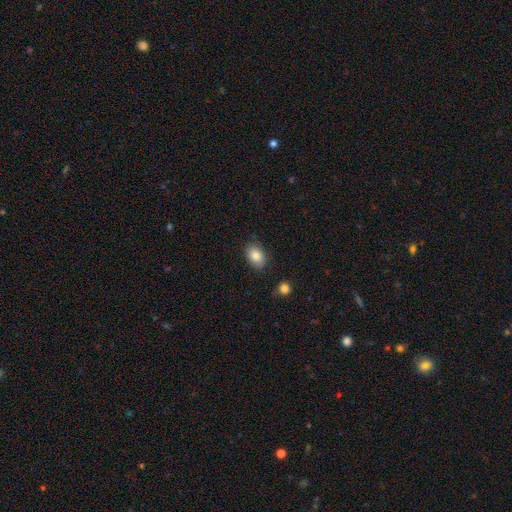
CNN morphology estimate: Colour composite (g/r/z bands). It shows a smooth galaxy with no disk features (83%) that is in between round and cigar-shaped (76%). Merging: none (83%).